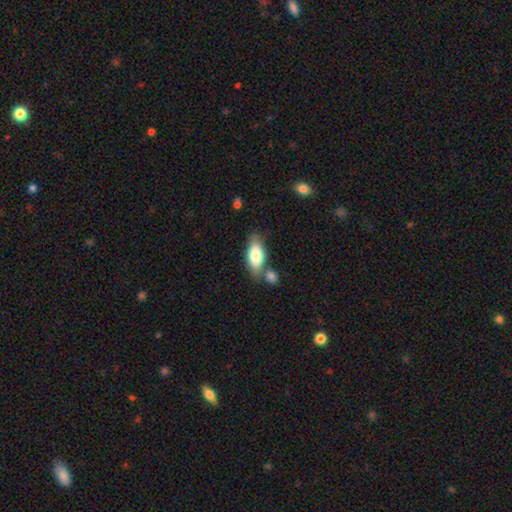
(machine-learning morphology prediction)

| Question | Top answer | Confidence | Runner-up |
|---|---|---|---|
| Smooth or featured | smooth | 74% | featured or disk (20%) |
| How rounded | in between | 84% | cigar-shaped (13%) |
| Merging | none | 57% | merger (23%) |